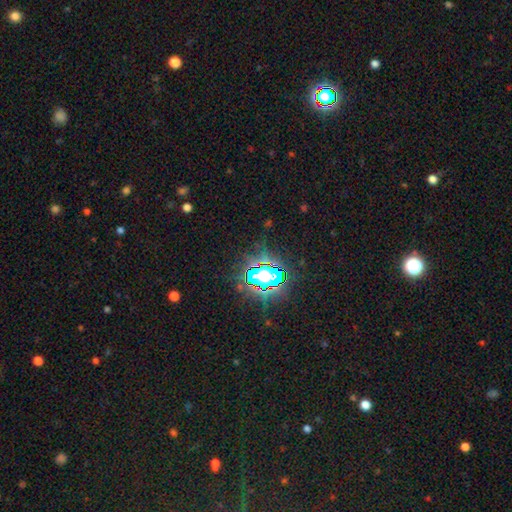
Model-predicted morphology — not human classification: Smooth or featured? Predicted: star or artifact (p=0.84).